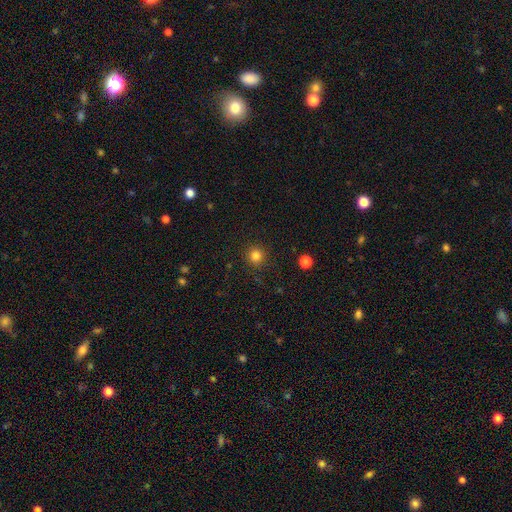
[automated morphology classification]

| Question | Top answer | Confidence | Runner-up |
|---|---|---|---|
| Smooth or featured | smooth | 83% | star or artifact (13%) |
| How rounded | round | 95% | in between (4%) |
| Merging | none | 90% | minor disturbance (6%) |